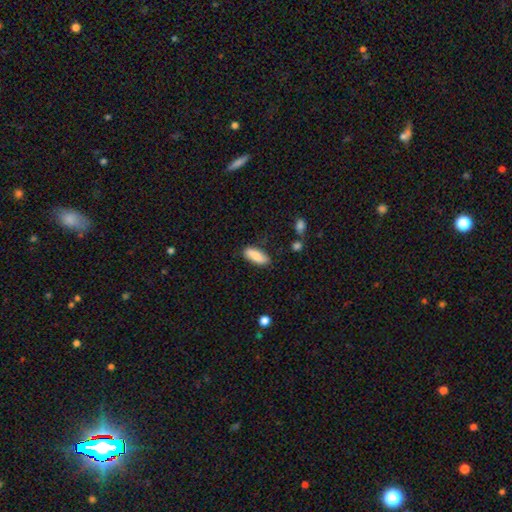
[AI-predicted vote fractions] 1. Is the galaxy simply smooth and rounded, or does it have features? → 81% smooth, 13% featured or disk, 6% star or artifact.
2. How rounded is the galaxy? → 76% in between, 22% cigar-shaped, 2% round.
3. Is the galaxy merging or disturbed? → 83% none, 12% minor disturbance, 2% major disturbance, 2% merger.